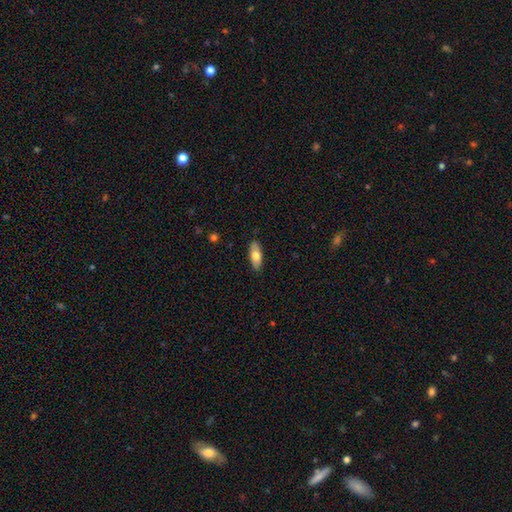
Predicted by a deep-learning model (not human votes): Smooth or featured? smooth (69%)
How rounded? in between (78%)
Merging? none (88%)